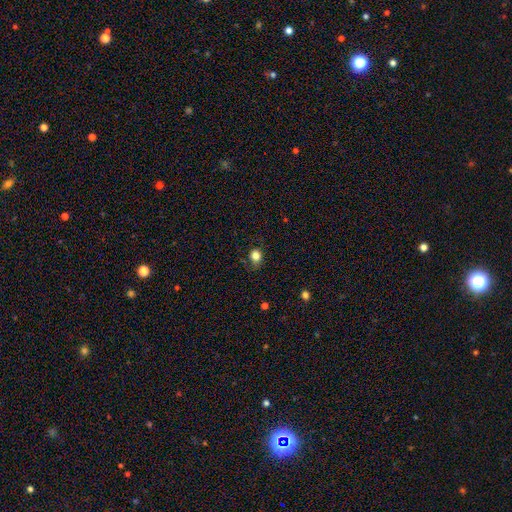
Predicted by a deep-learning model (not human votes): Morphology: type=smooth (82%); roundness=round (65%); merging=none (75%).